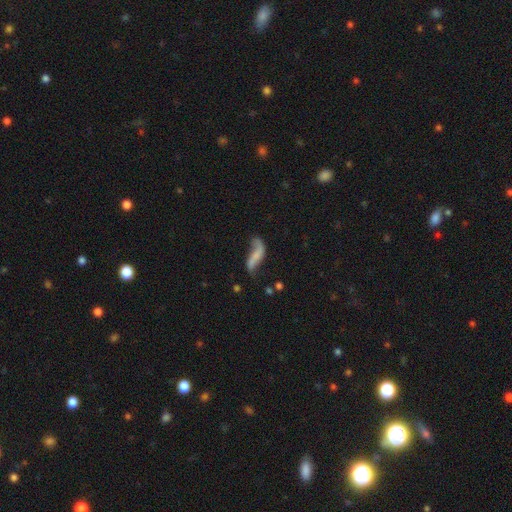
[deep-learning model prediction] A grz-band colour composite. It shows a featured or disk galaxy (62%) with no bar (52%), spiral arms (83%) and no central bulge (48%). Merging: none (47%).